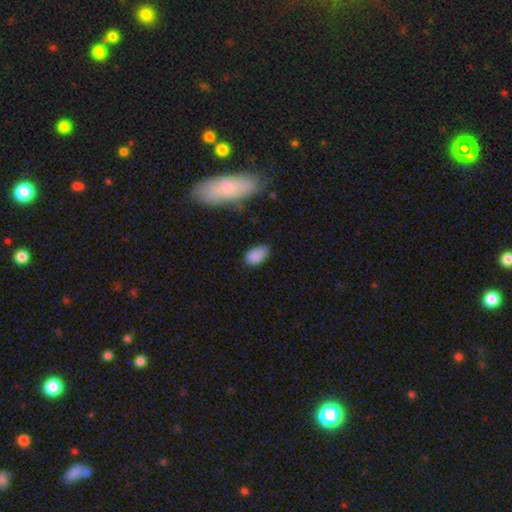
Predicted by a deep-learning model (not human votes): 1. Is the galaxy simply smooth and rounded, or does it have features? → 86% smooth, 9% star or artifact, 5% featured or disk.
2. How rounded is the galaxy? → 94% in between, 5% round, 2% cigar-shaped.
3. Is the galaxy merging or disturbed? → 74% none, 20% minor disturbance, 4% major disturbance, 2% merger.